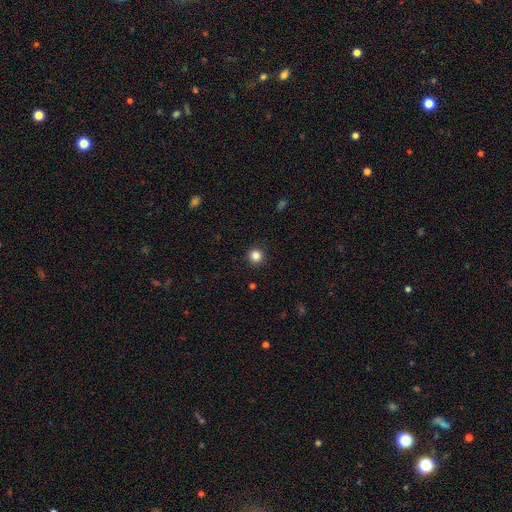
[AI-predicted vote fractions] Q: Smooth or featured?
A: smooth (85%); runner-up: star or artifact (11%)
Q: How rounded?
A: round (96%); runner-up: in between (4%)
Q: Merging?
A: none (92%); runner-up: minor disturbance (5%)